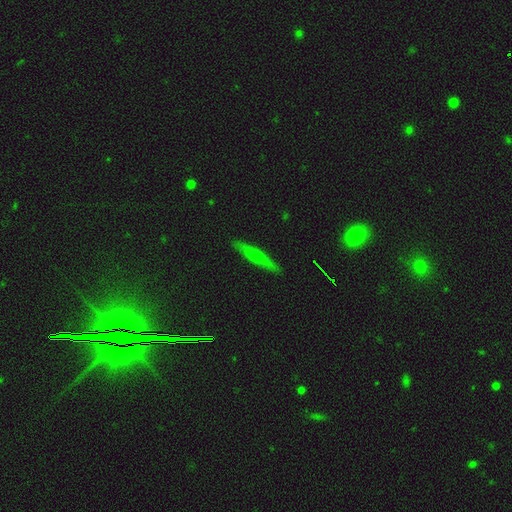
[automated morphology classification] Smooth or featured? featured or disk (48%)
Merging? none (89%)